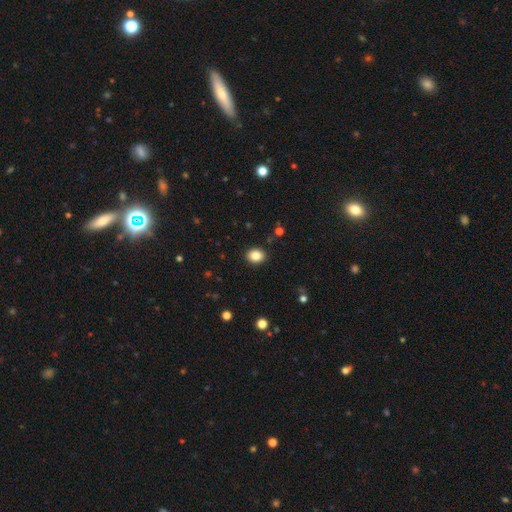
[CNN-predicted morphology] A smooth galaxy with no disk features (85%) that is round (55%).

Vote fractions:
- Smooth or featured? smooth: 85% / star or artifact: 10% / featured or disk: 5%
- How rounded? round: 55% / in between: 44% / cigar-shaped: 1%
- Merging? none: 91% / minor disturbance: 6% / major disturbance: 2% / merger: 1%